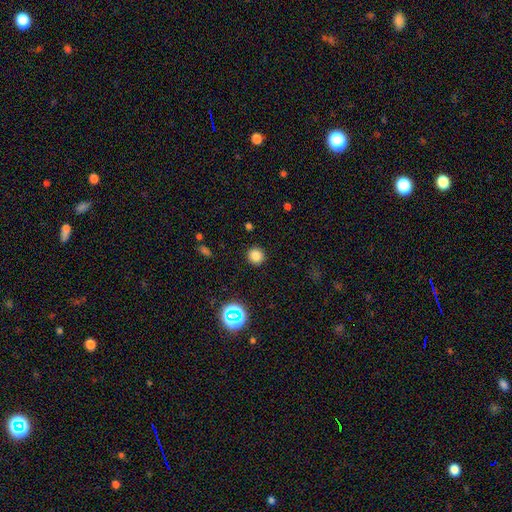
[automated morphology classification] smooth-or-featured: smooth: 80% | star or artifact: 15% | featured or disk: 5%
  how-rounded: round: 93% | in between: 6% | cigar-shaped: 1%
  merging: none: 91% | minor disturbance: 6% | major disturbance: 2% | merger: 1%